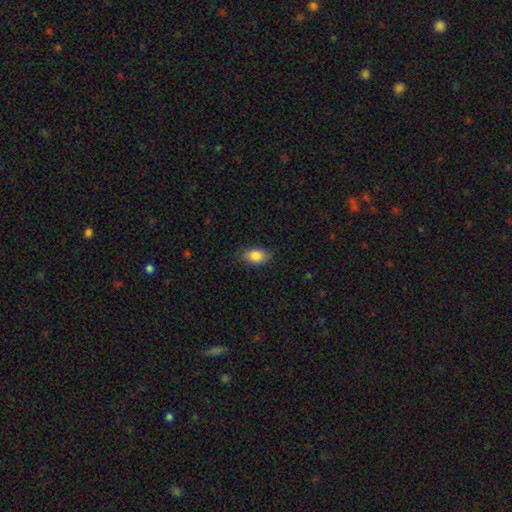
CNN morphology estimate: Smooth or featured: smooth — 85% (star or artifact — 8%)
How rounded: in between — 84% (round — 14%)
Merging: none — 81% (minor disturbance — 15%)